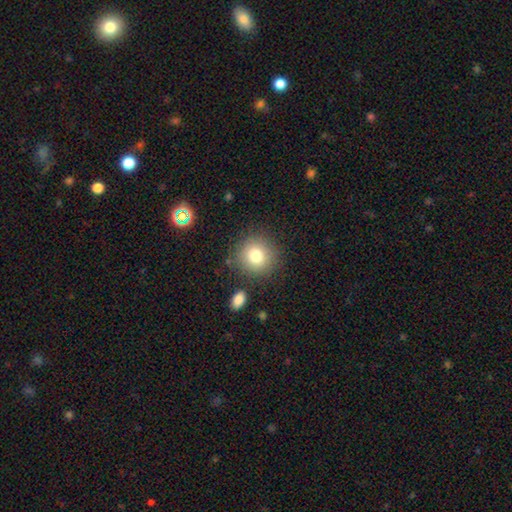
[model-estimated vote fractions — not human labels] Smooth or featured?
  - smooth: 79% *
  - star or artifact: 11%
  - featured or disk: 10%
How rounded?
  - round: 92% *
  - in between: 7%
  - cigar-shaped: 1%
Merging?
  - none: 84% *
  - minor disturbance: 9%
  - merger: 4%
  - major disturbance: 3%